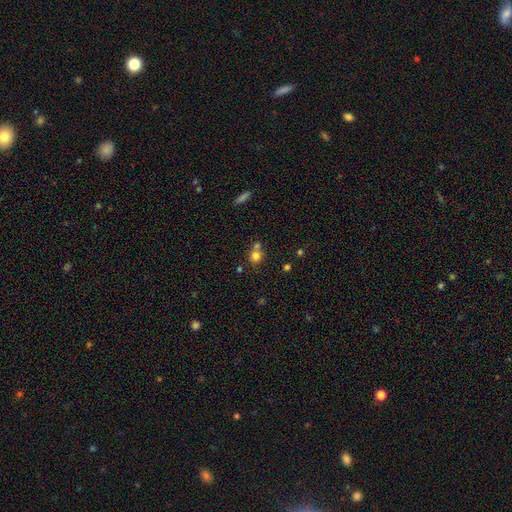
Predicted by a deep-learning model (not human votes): A smooth galaxy with no disk features (76%) that is round (83%). Merging: none (48%).